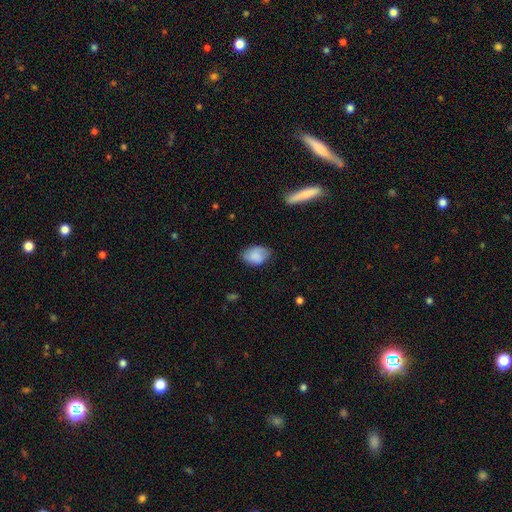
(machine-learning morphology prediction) smooth_or_featured: smooth (p=0.76) [alt: featured or disk p=0.16]
how_rounded: in between (p=0.83) [alt: round p=0.16]
merging: none (p=0.68) [alt: minor disturbance p=0.25]